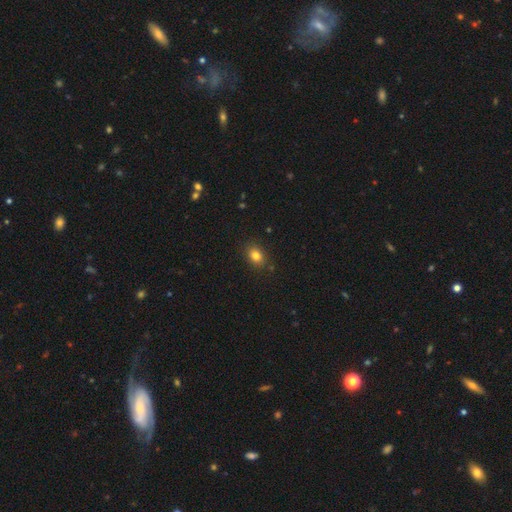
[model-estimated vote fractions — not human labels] This appears to be a smooth galaxy with no disk features (82%) that is in between round and cigar-shaped (67%). Merging: none (86%).